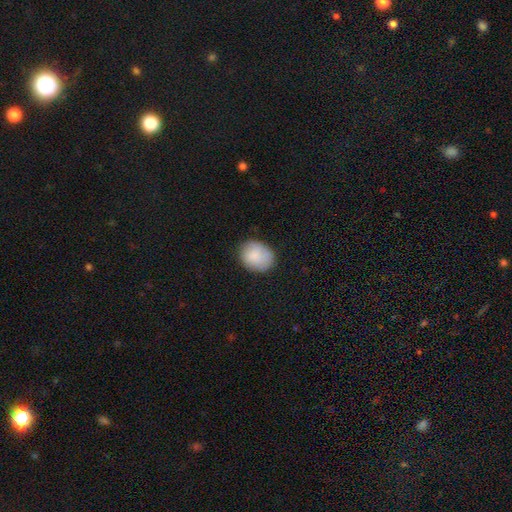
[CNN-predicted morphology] Overall: smooth (83%). How rounded: round (53%; in between 46%). Merging: none (77%).